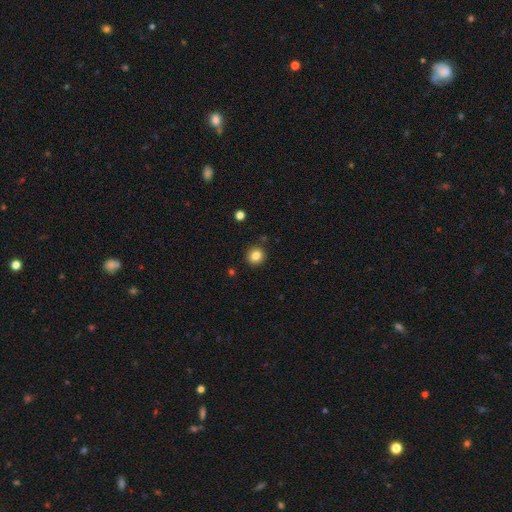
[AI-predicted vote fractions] smooth_or_featured: smooth (p=0.83) [alt: star or artifact p=0.11]
how_rounded: round (p=0.89) [alt: in between p=0.10]
merging: none (p=0.90) [alt: minor disturbance p=0.06]